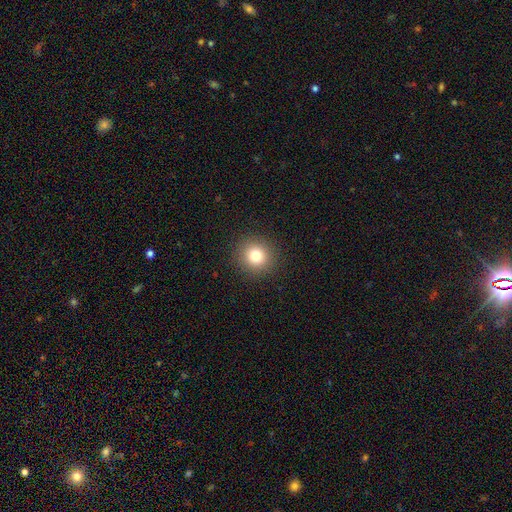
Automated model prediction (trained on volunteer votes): Smooth or featured? Predicted: smooth (p=0.79). How rounded? Predicted: round (p=0.93). Merging? Predicted: none (p=0.92).